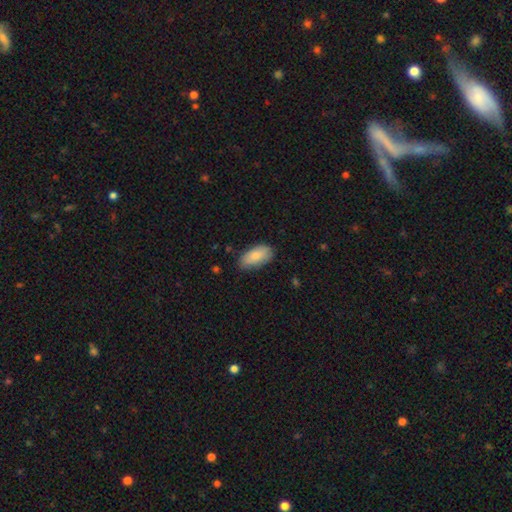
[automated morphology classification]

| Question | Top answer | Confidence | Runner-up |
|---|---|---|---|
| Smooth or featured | smooth | 84% | featured or disk (10%) |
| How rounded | in between | 93% | cigar-shaped (5%) |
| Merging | none | 77% | minor disturbance (18%) |